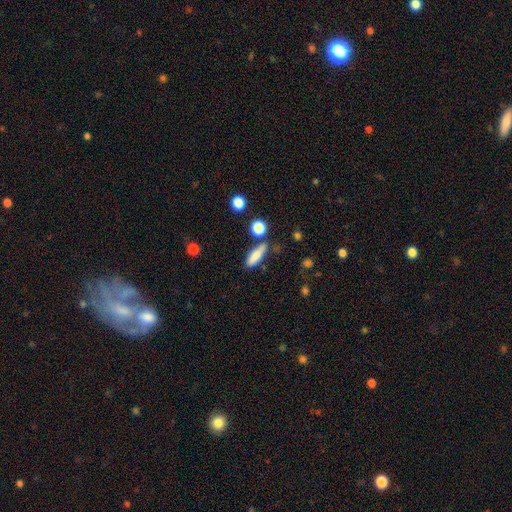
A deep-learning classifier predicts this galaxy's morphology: Smooth or featured: smooth — 81% (featured or disk — 11%)
How rounded: cigar-shaped — 51% (in between — 45%)
Merging: none — 70% (minor disturbance — 16%)